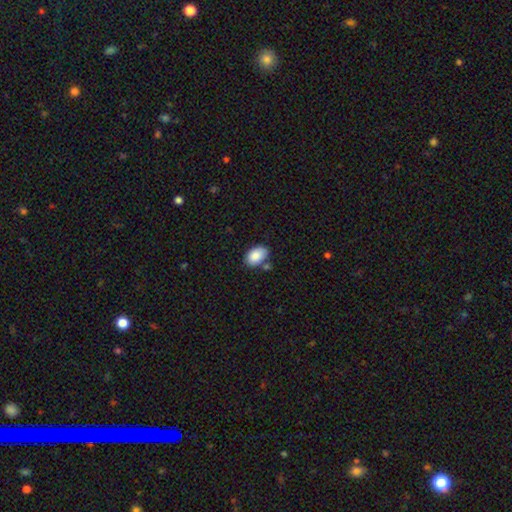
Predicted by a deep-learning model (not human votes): Smooth or featured: smooth — 87% (star or artifact — 7%)
How rounded: in between — 90% (round — 9%)
Merging: none — 72% (minor disturbance — 16%)